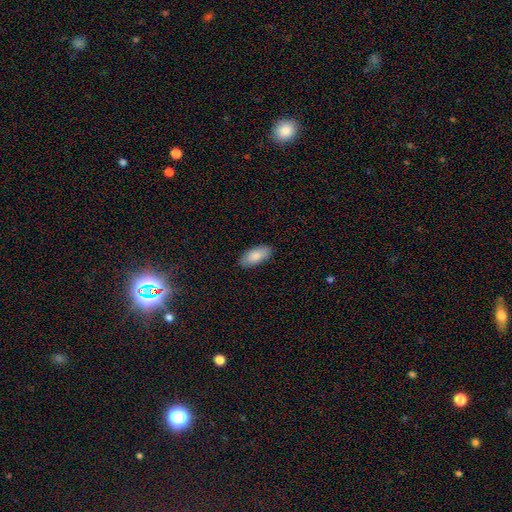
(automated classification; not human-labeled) smooth-or-featured: smooth: 87% | featured or disk: 7% | star or artifact: 6%
  how-rounded: in between: 91% | cigar-shaped: 7% | round: 2%
  merging: none: 87% | minor disturbance: 10% | major disturbance: 2% | merger: 1%